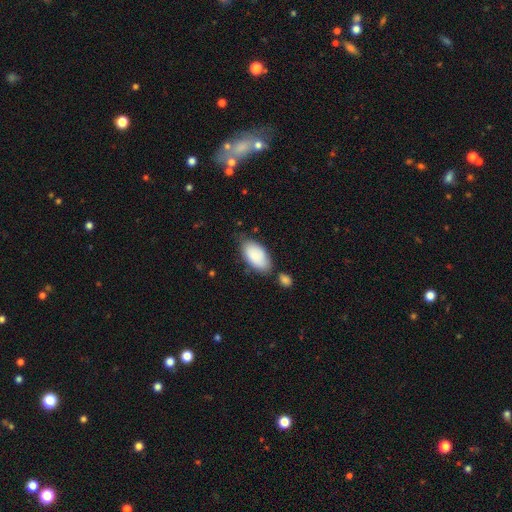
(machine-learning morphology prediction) A smooth galaxy with no disk features (85%) that is in between round and cigar-shaped (95%). Merging: none (62%).